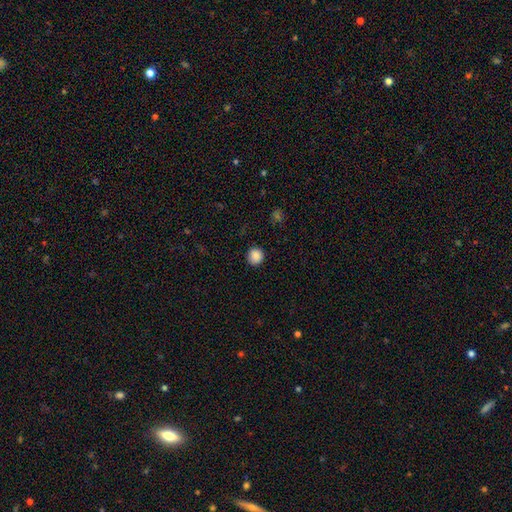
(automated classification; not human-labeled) Smooth or featured?
  - smooth: 87% *
  - star or artifact: 10%
  - featured or disk: 3%
How rounded?
  - round: 94% *
  - in between: 6%
  - cigar-shaped: 1%
Merging?
  - none: 91% *
  - minor disturbance: 6%
  - major disturbance: 2%
  - merger: 1%